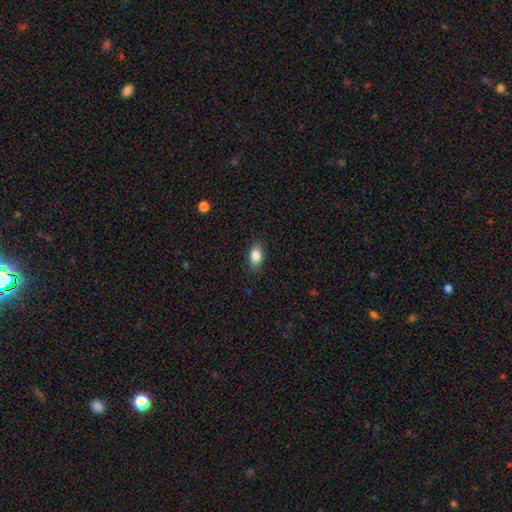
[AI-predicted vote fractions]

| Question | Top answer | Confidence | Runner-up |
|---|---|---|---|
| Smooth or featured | smooth | 85% | star or artifact (8%) |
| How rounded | in between | 86% | round (12%) |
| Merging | none | 84% | minor disturbance (12%) |